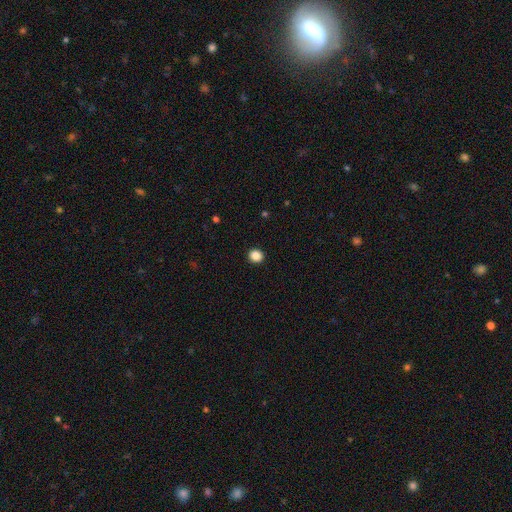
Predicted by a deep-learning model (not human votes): The model was most divided on "smooth or featured": smooth: 87%, star or artifact: 10%, featured or disk: 3%. More confident: merging — none (93%); how rounded — round (88%).